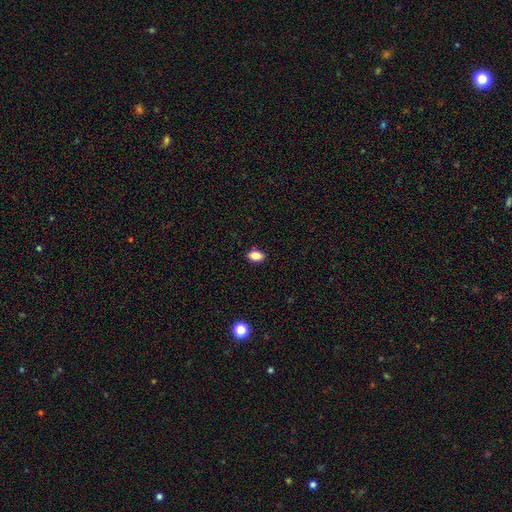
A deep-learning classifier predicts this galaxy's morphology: smooth 86%, star or artifact 9%, featured or disk 5%. Down the decision tree: how rounded — in between (87%); merging — none (89%).